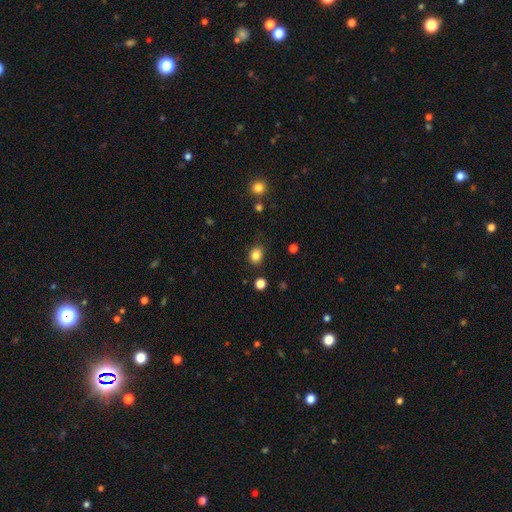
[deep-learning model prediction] Smooth or featured? smooth (83%)
How rounded? round (55%)
Merging? none (81%)